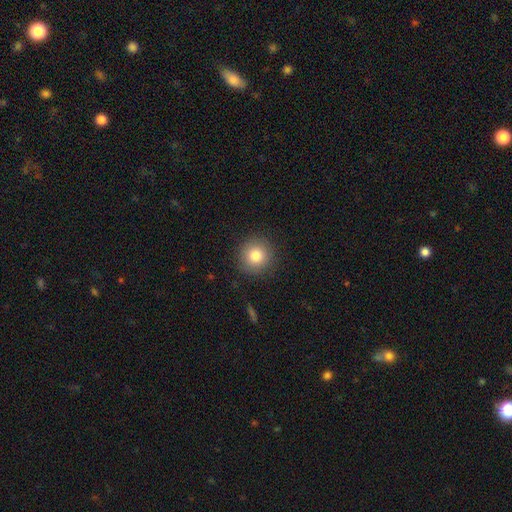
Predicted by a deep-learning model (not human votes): Smooth or featured? Predicted: smooth (p=0.82). How rounded? Predicted: round (p=0.93). Merging? Predicted: none (p=0.90).